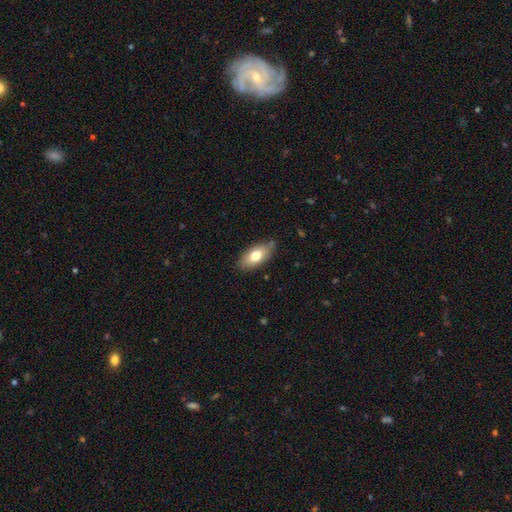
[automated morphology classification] Smooth or featured?
  - smooth: 73% *
  - featured or disk: 20%
  - star or artifact: 7%
How rounded?
  - in between: 89% *
  - cigar-shaped: 8%
  - round: 3%
Merging?
  - none: 79% *
  - minor disturbance: 17%
  - major disturbance: 3%
  - merger: 2%